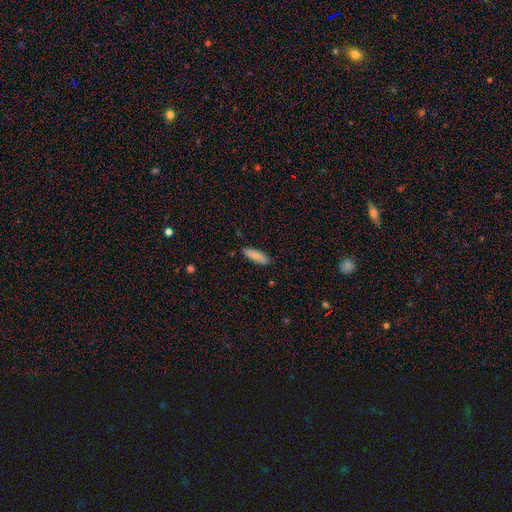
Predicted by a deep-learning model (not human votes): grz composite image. It shows a smooth galaxy with no disk features (84%) that is in between round and cigar-shaped (50%). Merging: none (84%).